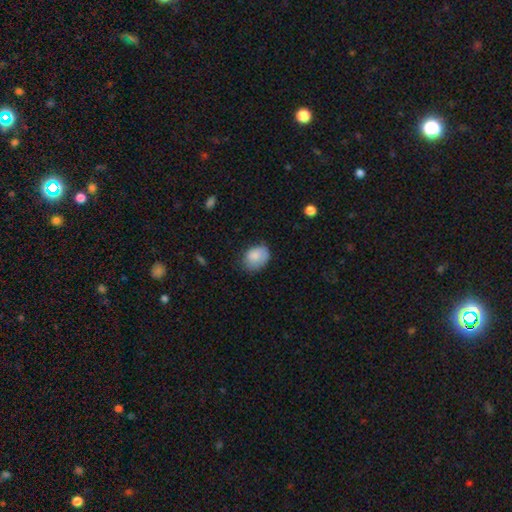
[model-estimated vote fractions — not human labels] This appears to be a smooth galaxy with no disk features (83%) that is in between round and cigar-shaped (69%). Merging: none (61%).